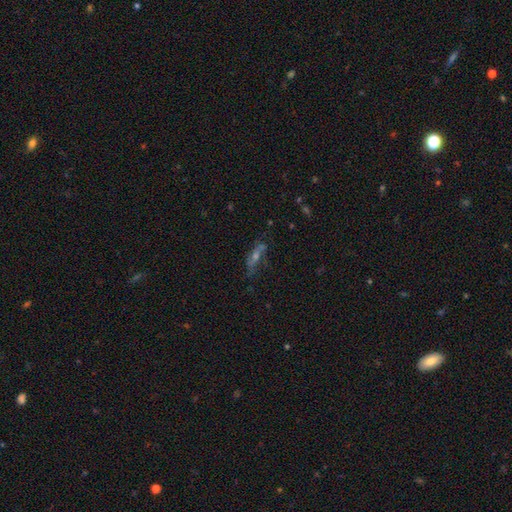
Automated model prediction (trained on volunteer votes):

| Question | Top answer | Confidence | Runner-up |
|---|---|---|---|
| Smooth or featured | featured or disk | 53% | smooth (26%) |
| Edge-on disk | no | 57% | yes (43%) |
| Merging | none | 63% | minor disturbance (20%) |